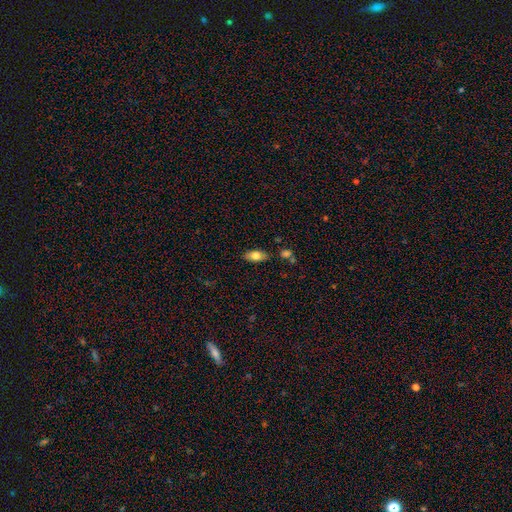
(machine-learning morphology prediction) The model was most divided on "smooth or featured": smooth: 77%, featured or disk: 16%, star or artifact: 7%. More confident: how rounded — in between (87%); merging — none (79%).